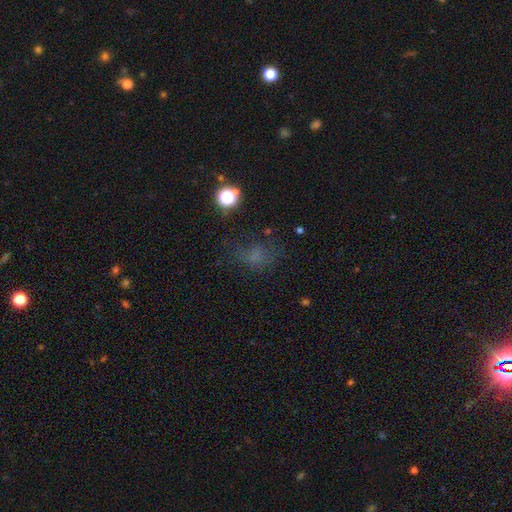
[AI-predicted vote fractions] Smooth or featured? smooth (53%)
How rounded? in between (57%)
Merging? none (54%)